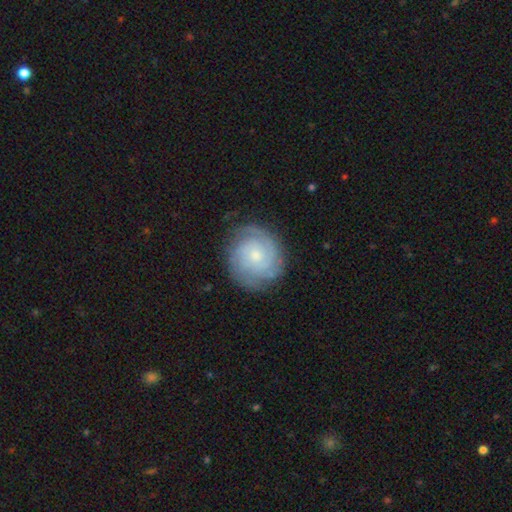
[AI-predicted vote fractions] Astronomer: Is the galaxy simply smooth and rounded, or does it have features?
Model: featured or disk — 79%.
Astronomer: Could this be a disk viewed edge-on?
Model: no — 98%.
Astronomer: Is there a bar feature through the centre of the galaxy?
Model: no — 76%.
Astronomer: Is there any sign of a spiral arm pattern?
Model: yes — 96%.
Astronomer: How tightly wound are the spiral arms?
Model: tight — 74%.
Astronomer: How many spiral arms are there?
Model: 2 — 28% (runner-up: can't tell, 27%).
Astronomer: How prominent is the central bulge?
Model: small — 60%.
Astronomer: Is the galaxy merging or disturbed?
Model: none — 80%.